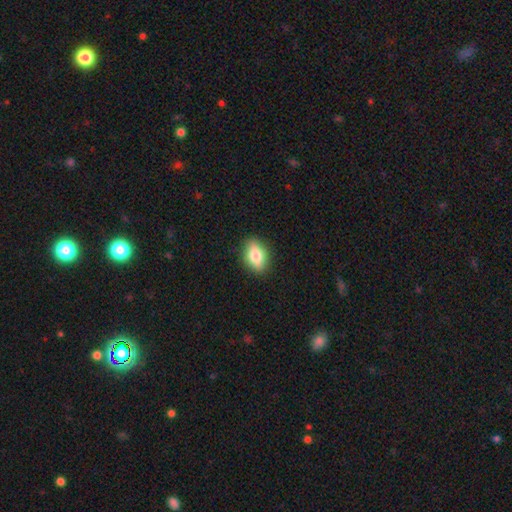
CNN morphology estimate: Overall: smooth (69%). How rounded: in between (78%). Merging: none (88%).